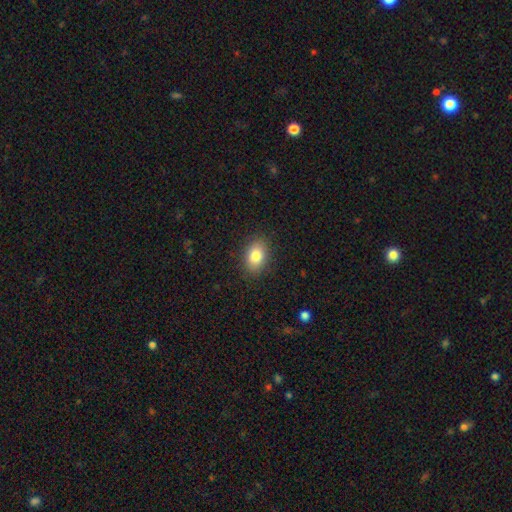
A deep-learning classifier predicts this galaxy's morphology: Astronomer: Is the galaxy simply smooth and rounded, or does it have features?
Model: smooth — 83%.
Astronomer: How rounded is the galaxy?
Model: in between — 83%.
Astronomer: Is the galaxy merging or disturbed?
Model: none — 88%.